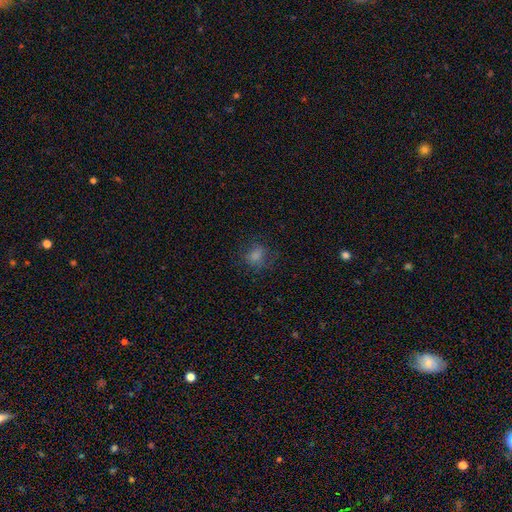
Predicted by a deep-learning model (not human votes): smooth_or_featured: smooth (p=0.62) [alt: star or artifact p=0.24]
how_rounded: round (p=0.69) [alt: in between p=0.30]
merging: none (p=0.72) [alt: minor disturbance p=0.17]